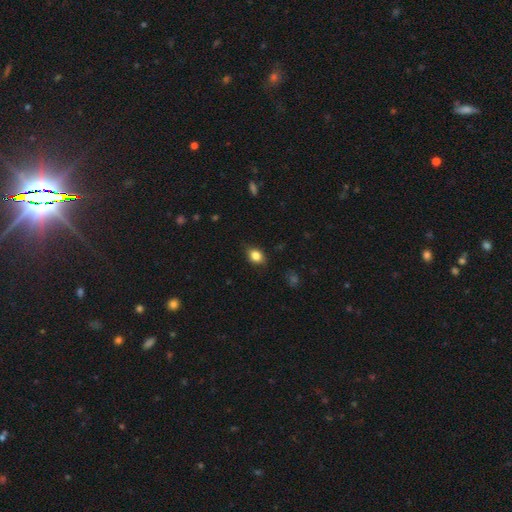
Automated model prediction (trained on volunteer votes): Q: Smooth or featured?
A: smooth (82%); runner-up: star or artifact (10%)
Q: How rounded?
A: in between (66%); runner-up: round (32%)
Q: Merging?
A: none (79%); runner-up: minor disturbance (16%)